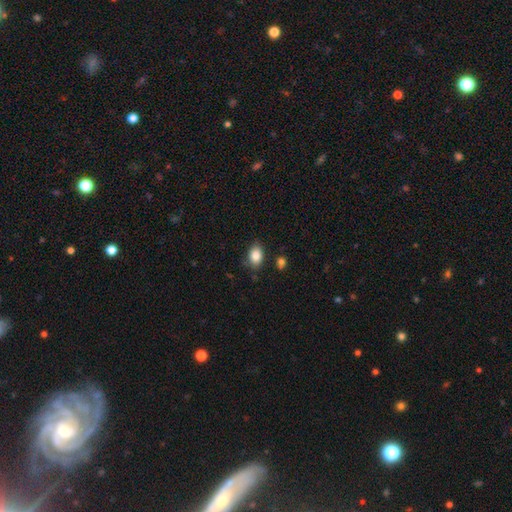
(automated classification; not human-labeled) This is clearly a smooth galaxy (86%). How rounded: likely in between (77%). Merging: likely none (77%).